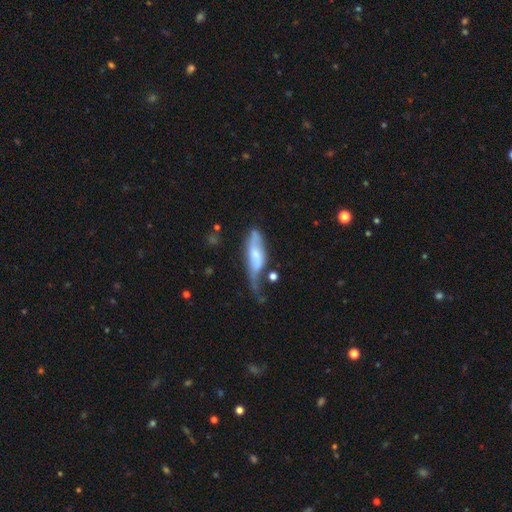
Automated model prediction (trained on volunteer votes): featured or disk 47% (tied), smooth 47% (tied), star or artifact 6%. Down the decision tree: merging — major disturbance (37%).